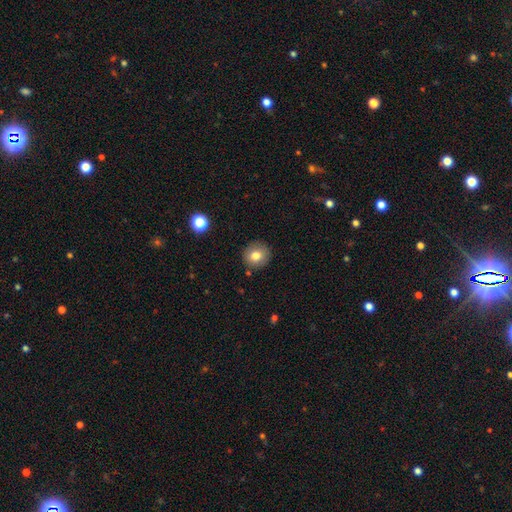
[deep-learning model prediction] Q: Smooth or featured?
A: smooth (79%); runner-up: featured or disk (11%)
Q: How rounded?
A: round (87%); runner-up: in between (12%)
Q: Merging?
A: none (88%); runner-up: minor disturbance (8%)